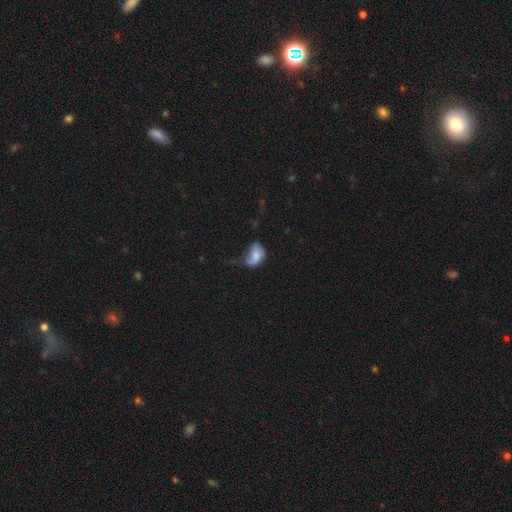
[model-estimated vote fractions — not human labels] A smooth galaxy with no disk features (51%) that is in between round and cigar-shaped (80%).

Vote fractions:
- Smooth or featured? smooth: 51% / featured or disk: 40% / star or artifact: 9%
- How rounded? in between: 80% / round: 18% / cigar-shaped: 2%
- Merging? major disturbance: 42% / minor disturbance: 29% / none: 24% / merger: 5%